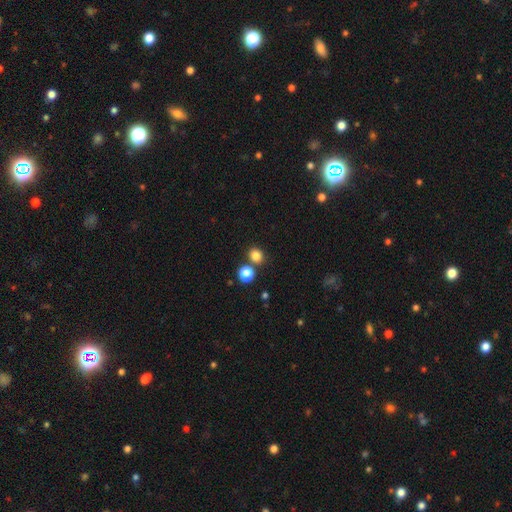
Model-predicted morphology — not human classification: A smooth galaxy with no disk features (83%) that is round (71%).

Vote fractions:
- Smooth or featured? smooth: 83% / star or artifact: 13% / featured or disk: 4%
- How rounded? round: 71% / in between: 28% / cigar-shaped: 1%
- Merging? none: 71% / merger: 18% / minor disturbance: 8% / major disturbance: 3%